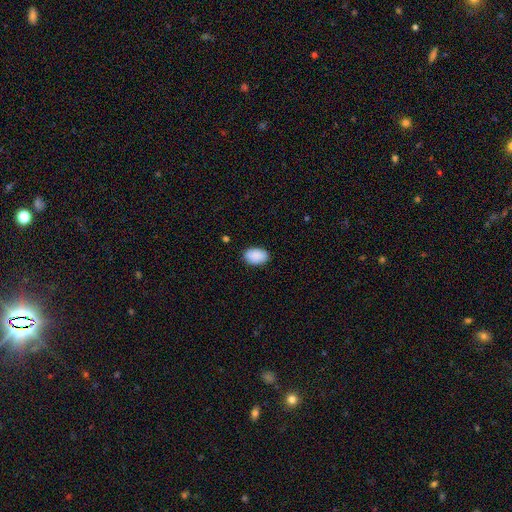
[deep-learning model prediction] A smooth galaxy with no disk features (90%) that is in between round and cigar-shaped (88%). Merging: none (86%).